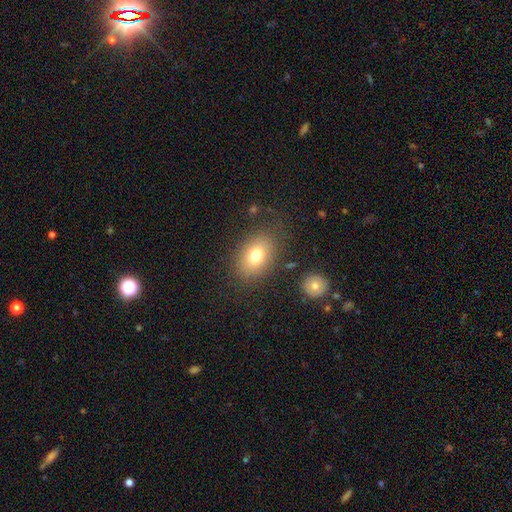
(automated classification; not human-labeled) Q: Smooth or featured?
A: smooth (75%); runner-up: featured or disk (14%)
Q: How rounded?
A: in between (77%); runner-up: round (21%)
Q: Merging?
A: none (79%); runner-up: minor disturbance (13%)